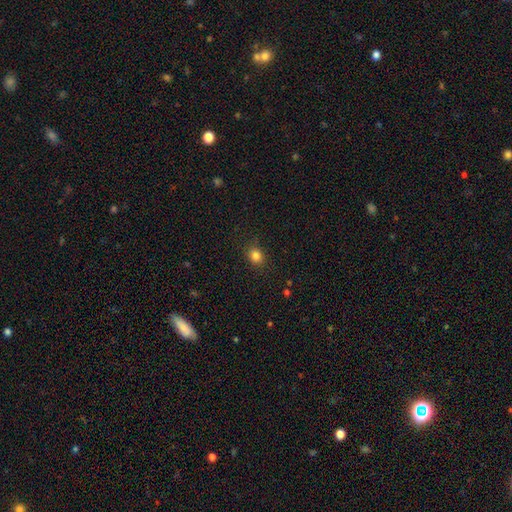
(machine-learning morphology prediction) smooth 83%, star or artifact 12%, featured or disk 5%. Down the decision tree: how rounded — round (65%); merging — none (86%).